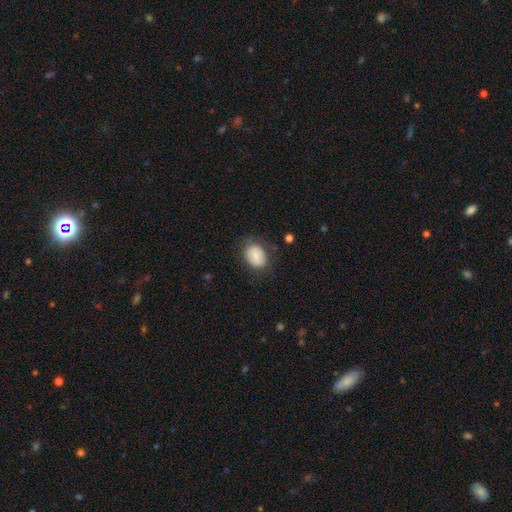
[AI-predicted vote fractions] This is clearly a smooth galaxy (81%). How rounded: likely in between (60%). Merging: likely none (71%).